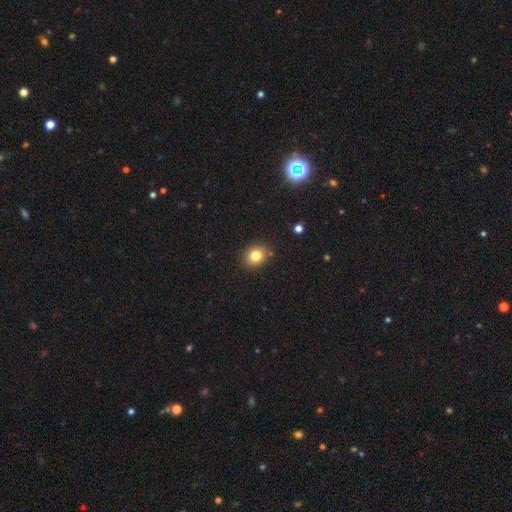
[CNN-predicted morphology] Smooth or featured? Predicted: smooth (p=0.81). How rounded? Predicted: round (p=0.67). Merging? Predicted: none (p=0.87).